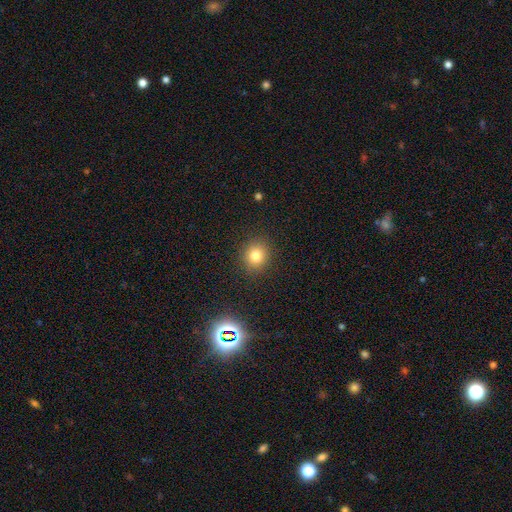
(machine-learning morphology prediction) Smooth or featured?
  - smooth: 79% *
  - star or artifact: 14%
  - featured or disk: 7%
How rounded?
  - round: 81% *
  - in between: 18%
  - cigar-shaped: 1%
Merging?
  - none: 89% *
  - minor disturbance: 7%
  - major disturbance: 3%
  - merger: 1%